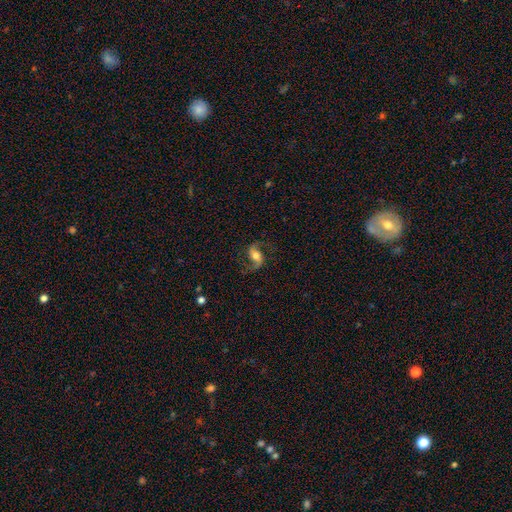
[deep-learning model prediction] This is clearly a featured or disk galaxy (83%). It is clearly not viewed edge-on (96%). Bar: marginally no (38%). Spiral arm pattern: clearly yes (96%). Spiral arm count: clearly 2 (93%). Spiral winding: likely loose (65%). Central bulge: likely moderate (66%). Merging: likely none (78%).